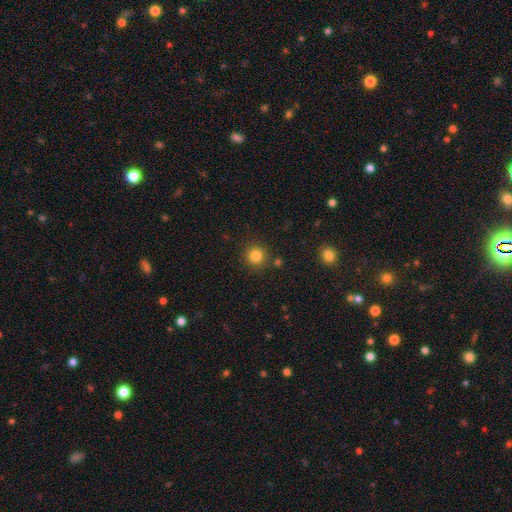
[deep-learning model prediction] smooth 84%, star or artifact 12%, featured or disk 4%. Down the decision tree: how rounded — round (94%); merging — none (87%).